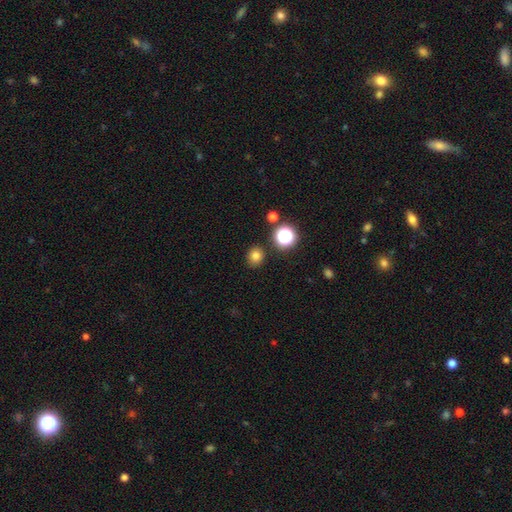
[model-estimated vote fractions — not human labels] Morphology: type=smooth (78%); roundness=round (81%); merging=none (87%).